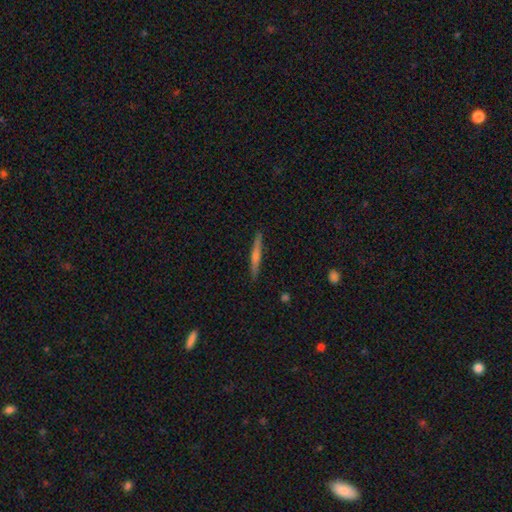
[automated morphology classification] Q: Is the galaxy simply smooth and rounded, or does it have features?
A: featured or disk — 61%.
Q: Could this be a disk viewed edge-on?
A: yes — 95%.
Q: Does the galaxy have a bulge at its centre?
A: rounded — 75%.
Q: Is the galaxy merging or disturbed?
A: none — 89%.